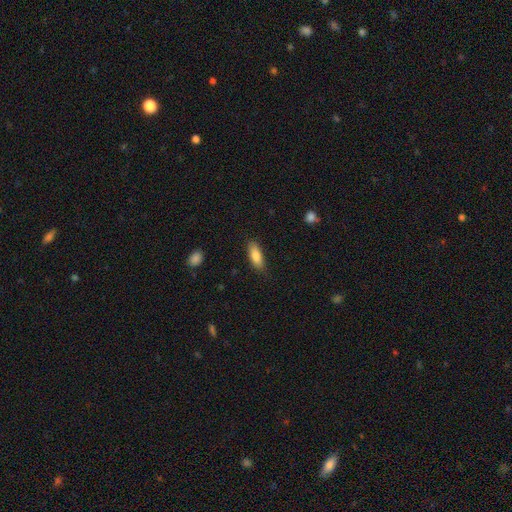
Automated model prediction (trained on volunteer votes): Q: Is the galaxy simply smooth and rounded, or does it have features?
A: smooth — 83%.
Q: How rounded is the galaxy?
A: in between — 72%.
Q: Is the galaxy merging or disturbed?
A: none — 82%.